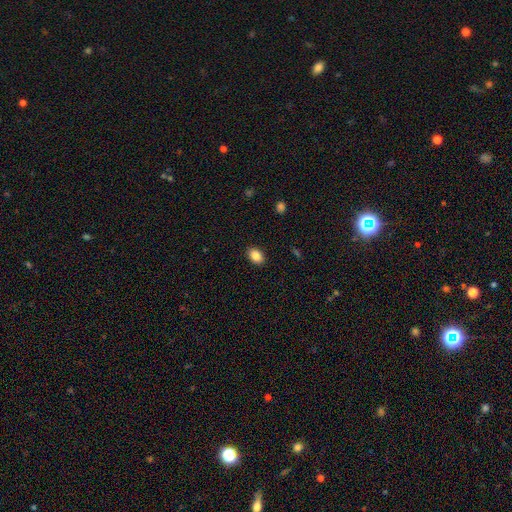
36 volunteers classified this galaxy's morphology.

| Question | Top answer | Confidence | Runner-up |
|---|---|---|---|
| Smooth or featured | smooth | 83% | featured or disk (14%) |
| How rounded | in between | 73% | round (27%) |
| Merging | none | 91% | minor disturbance (6%) |